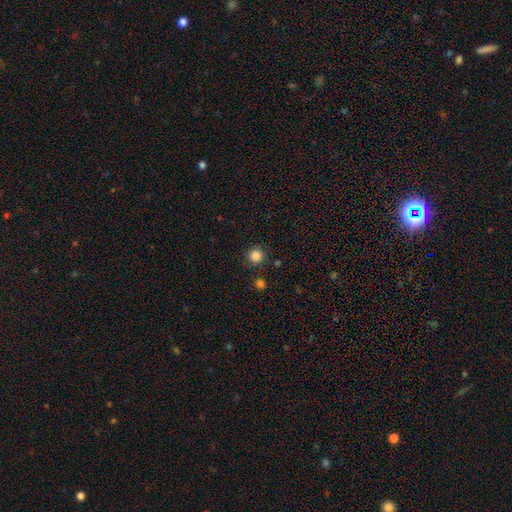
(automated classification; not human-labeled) A smooth galaxy with no disk features (85%) that is round (95%).

Vote fractions:
- Smooth or featured? smooth: 85% / star or artifact: 12% / featured or disk: 3%
- How rounded? round: 95% / in between: 4% / cigar-shaped: 1%
- Merging? none: 89% / minor disturbance: 6% / merger: 3% / major disturbance: 2%